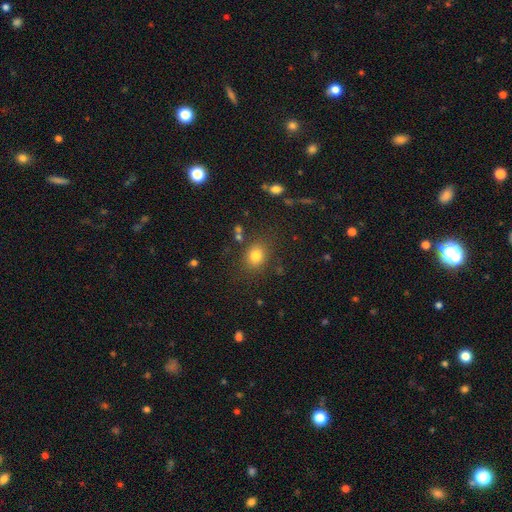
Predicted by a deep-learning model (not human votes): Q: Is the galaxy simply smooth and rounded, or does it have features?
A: smooth — 79%.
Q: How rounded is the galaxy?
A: round — 53%.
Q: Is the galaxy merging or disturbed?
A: none — 80%.